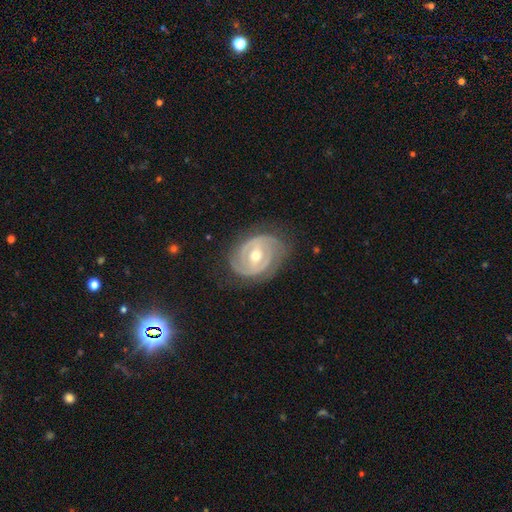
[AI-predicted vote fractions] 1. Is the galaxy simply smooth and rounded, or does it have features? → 85% featured or disk, 10% smooth, 5% star or artifact.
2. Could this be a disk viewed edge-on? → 97% no, 3% yes.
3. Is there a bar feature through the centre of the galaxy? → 44% weak, 30% no, 26% strong.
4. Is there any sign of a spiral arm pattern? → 90% yes, 10% no.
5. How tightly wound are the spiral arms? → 71% tight, 23% medium, 6% loose.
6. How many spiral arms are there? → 54% 2, 21% can't tell, 14% 3, 5% 1, 3% 4, 3% more than 4.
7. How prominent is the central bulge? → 72% moderate, 24% small, 3% large, 1% none, 1% dominant.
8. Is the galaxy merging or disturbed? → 73% none, 19% minor disturbance, 7% major disturbance, 1% merger.